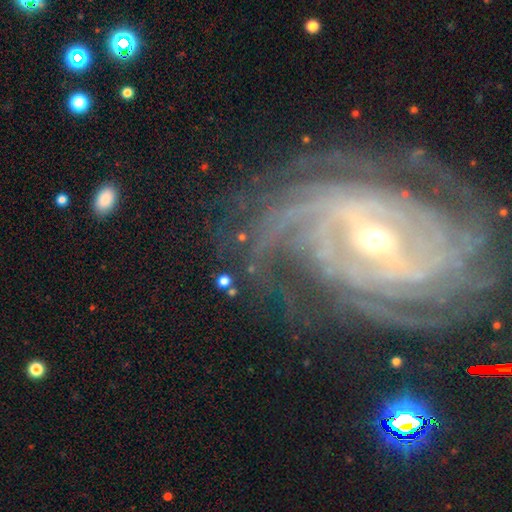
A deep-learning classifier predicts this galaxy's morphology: A featured or disk galaxy (90%) with a weak bar (39%), 4 (24%) tight (69%) spiral arms (98%) and a small central bulge (62%). Merging: none (71%).